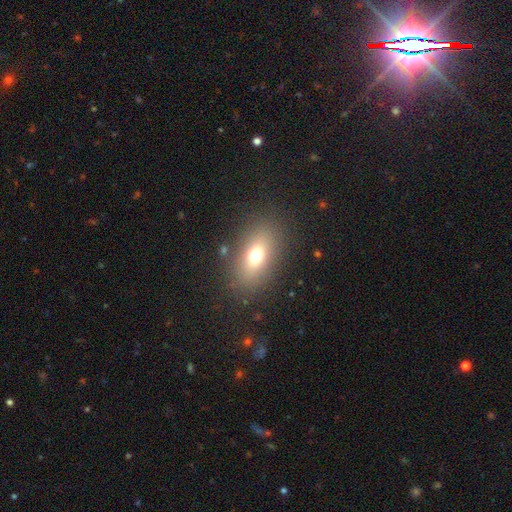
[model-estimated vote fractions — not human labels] A smooth galaxy with no disk features (69%) that is in between round and cigar-shaped (78%).

Vote fractions:
- Smooth or featured? smooth: 69% / featured or disk: 17% / star or artifact: 14%
- How rounded? in between: 78% / round: 16% / cigar-shaped: 6%
- Merging? none: 83% / minor disturbance: 10% / major disturbance: 5% / merger: 2%